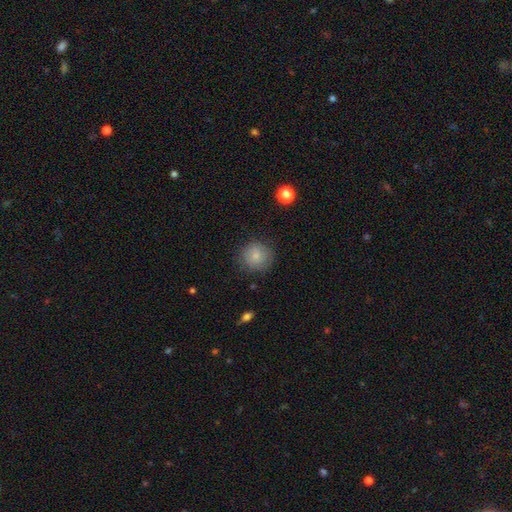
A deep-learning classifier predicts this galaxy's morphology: Smooth or featured?
  - smooth: 82% *
  - featured or disk: 9%
  - star or artifact: 9%
How rounded?
  - round: 92% *
  - in between: 7%
  - cigar-shaped: 1%
Merging?
  - none: 83% *
  - minor disturbance: 12%
  - major disturbance: 4%
  - merger: 1%